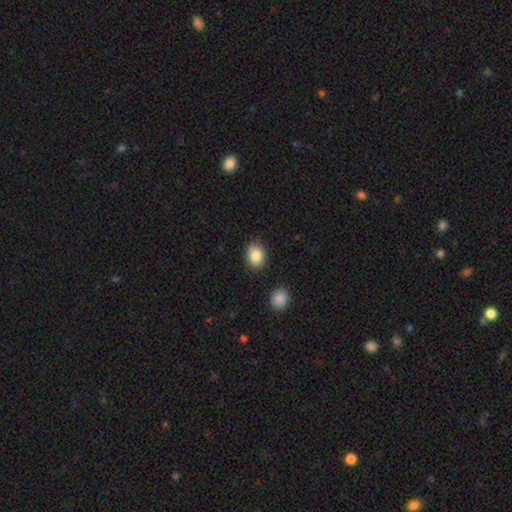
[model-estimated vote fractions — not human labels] A smooth galaxy with no disk features (85%) that is in between round and cigar-shaped (51%). Merging: none (79%).